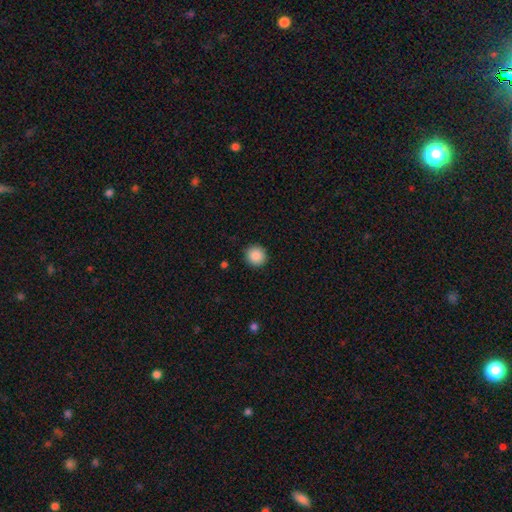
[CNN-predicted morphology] smooth-or-featured: smooth: 88% | star or artifact: 8% | featured or disk: 3%
  how-rounded: round: 94% | in between: 6% | cigar-shaped: 1%
  merging: none: 92% | minor disturbance: 6% | major disturbance: 2% | merger: 1%